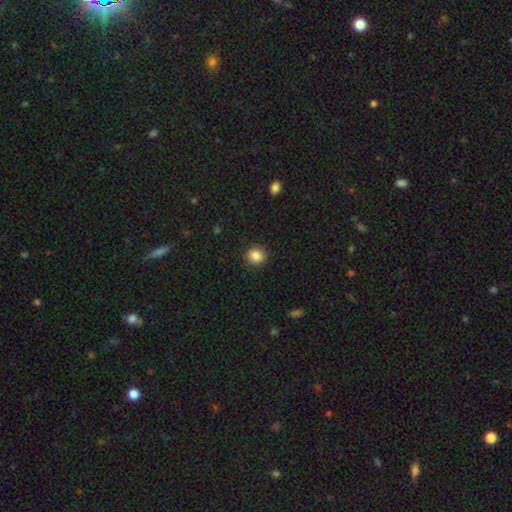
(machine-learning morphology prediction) Q: Smooth or featured?
A: smooth (86%); runner-up: star or artifact (10%)
Q: How rounded?
A: round (89%); runner-up: in between (10%)
Q: Merging?
A: none (91%); runner-up: minor disturbance (6%)